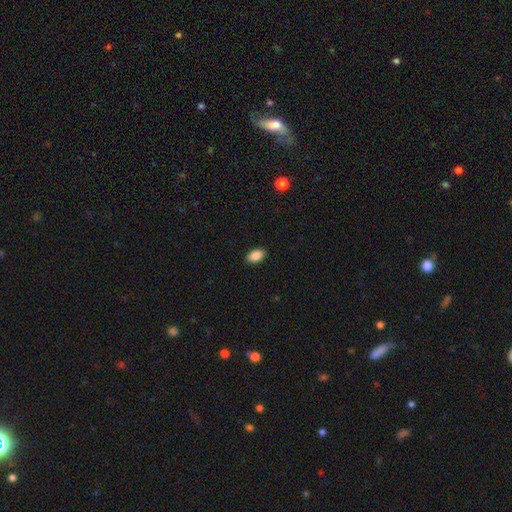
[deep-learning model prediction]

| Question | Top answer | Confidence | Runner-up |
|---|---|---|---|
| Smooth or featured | smooth | 87% | star or artifact (8%) |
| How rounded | in between | 91% | round (7%) |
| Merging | none | 89% | minor disturbance (8%) |